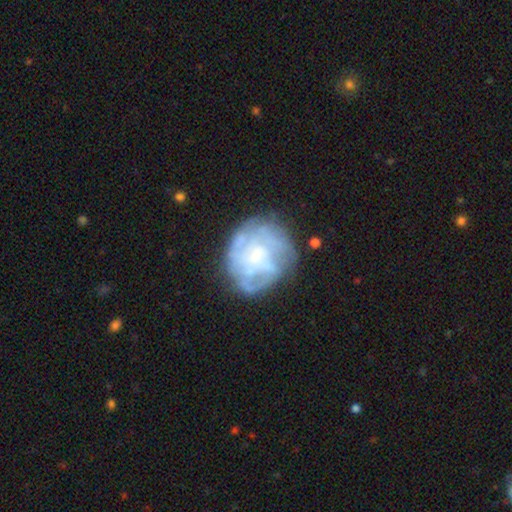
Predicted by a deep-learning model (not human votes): The model was most divided on "spiral arms": yes: 54%, no: 46%. More confident: edge-on disk — no (97%); bar — no (76%); merging — none (65%); smooth or featured — featured or disk (64%); bulge size — small (60%).